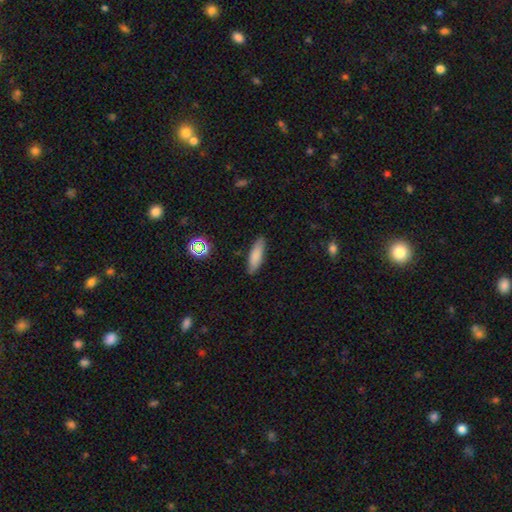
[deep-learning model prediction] This is clearly a smooth galaxy (81%). How rounded: possibly cigar-shaped (56%). Merging: clearly none (87%).